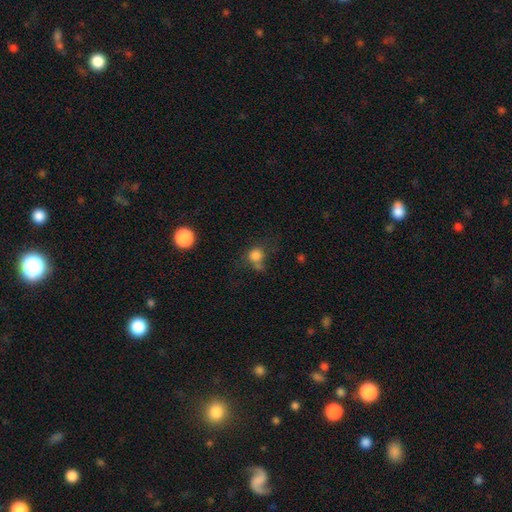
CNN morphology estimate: Overall: smooth (77%). How rounded: round (77%). Merging: none (46%; minor disturbance 22%).